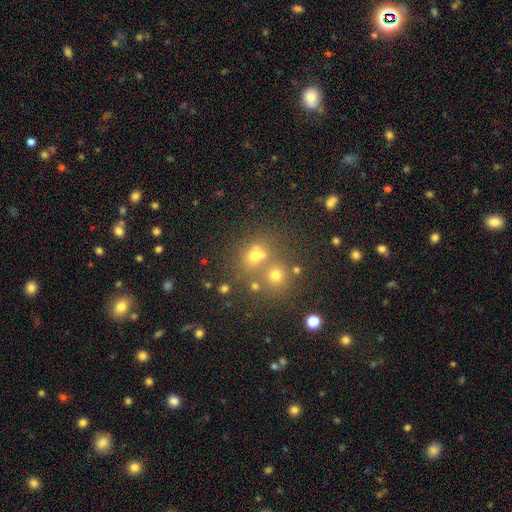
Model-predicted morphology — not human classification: smooth 59%, star or artifact 25%, featured or disk 15%. Down the decision tree: how rounded — round (63%); merging — none (44%).